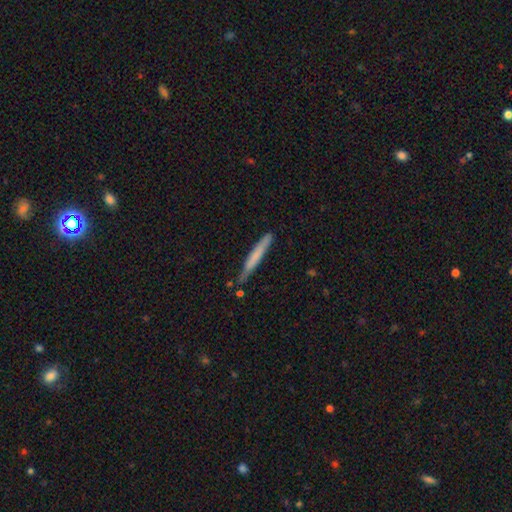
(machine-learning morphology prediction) Q: Smooth or featured?
A: smooth (65%); runner-up: featured or disk (29%)
Q: How rounded?
A: cigar-shaped (96%); runner-up: in between (3%)
Q: Merging?
A: none (76%); runner-up: minor disturbance (18%)